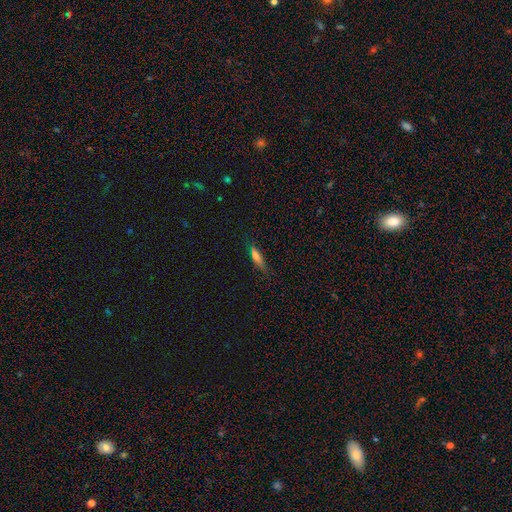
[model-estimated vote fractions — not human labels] Smooth or featured?
  - smooth: 62% *
  - featured or disk: 26%
  - star or artifact: 12%
How rounded?
  - cigar-shaped: 75% *
  - in between: 23%
  - round: 3%
Merging?
  - none: 71% *
  - minor disturbance: 21%
  - major disturbance: 5%
  - merger: 2%